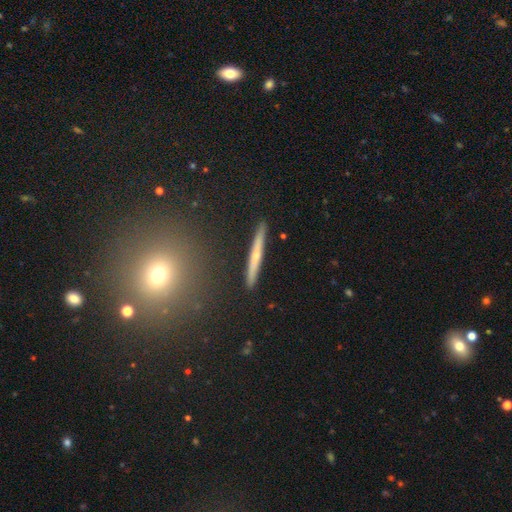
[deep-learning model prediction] This appears to be a featured or disk galaxy (57%) viewed edge-on (95%) with a rounded central bulge (69%). Merging: none (90%).